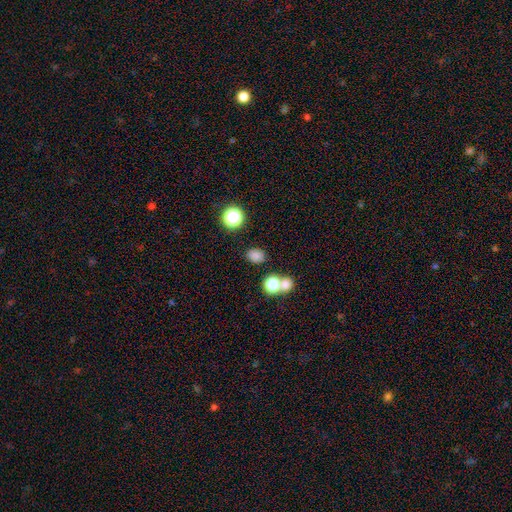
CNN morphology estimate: Overall: smooth (79%). How rounded: in between (54%; round 45%). Merging: none (77%).